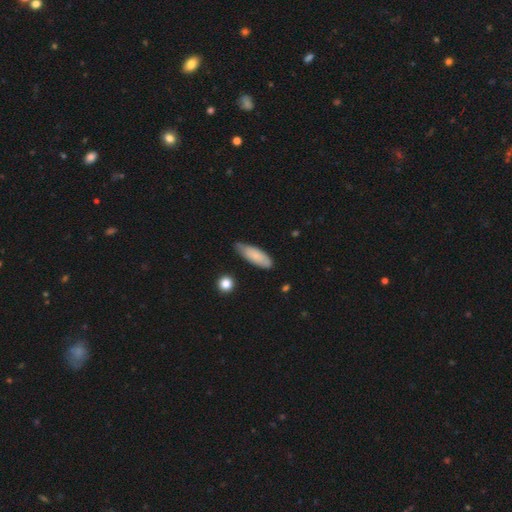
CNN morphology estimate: Q: Smooth or featured?
A: smooth (78%); runner-up: featured or disk (16%)
Q: How rounded?
A: in between (58%); runner-up: cigar-shaped (40%)
Q: Merging?
A: none (66%); runner-up: minor disturbance (28%)